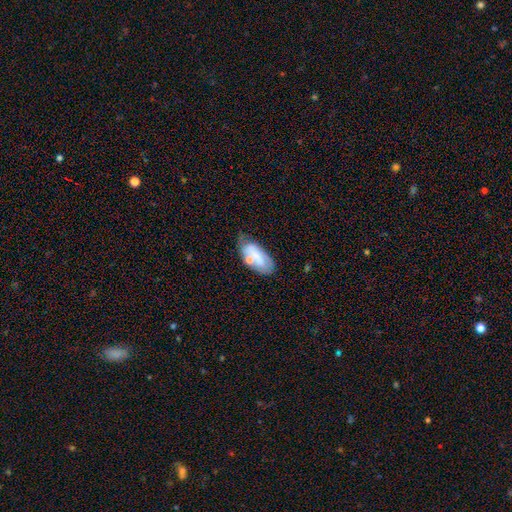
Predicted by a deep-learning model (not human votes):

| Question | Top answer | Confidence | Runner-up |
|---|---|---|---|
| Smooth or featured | smooth | 62% | featured or disk (31%) |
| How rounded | in between | 90% | cigar-shaped (7%) |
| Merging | none | 44% | minor disturbance (31%) |